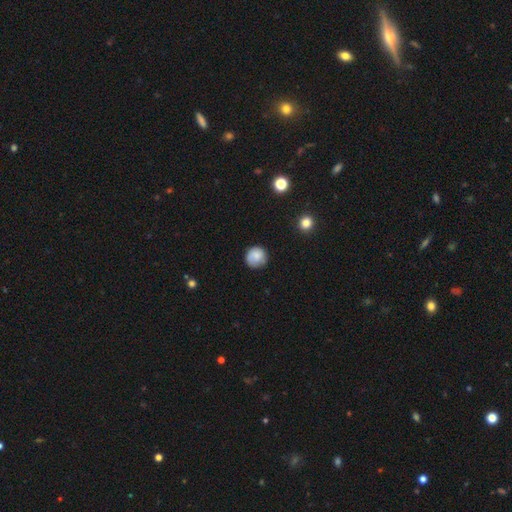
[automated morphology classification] Smooth or featured: smooth — 82% (featured or disk — 10%)
How rounded: round — 91% (in between — 8%)
Merging: none — 77% (minor disturbance — 17%)